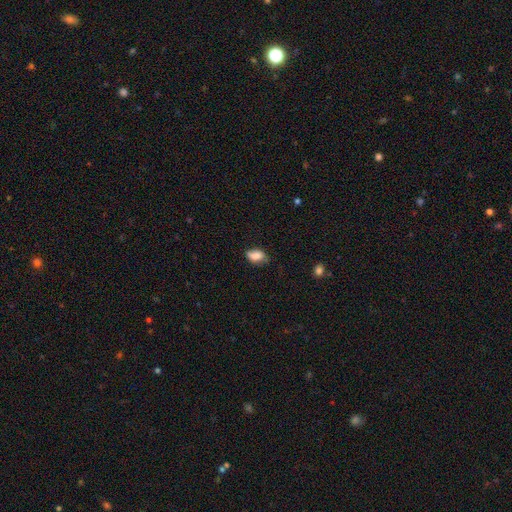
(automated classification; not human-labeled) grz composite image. It shows a smooth galaxy with no disk features (81%) that is in between round and cigar-shaped (88%). Merging: none (57%).